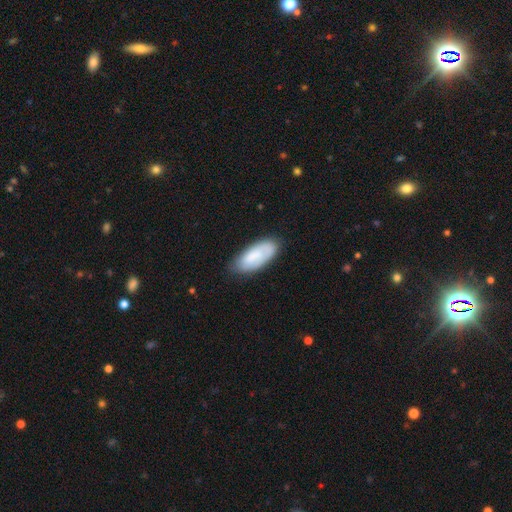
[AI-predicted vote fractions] A smooth galaxy with no disk features (72%) that is in between round and cigar-shaped (86%).

Vote fractions:
- Smooth or featured? smooth: 72% / featured or disk: 22% / star or artifact: 6%
- How rounded? in between: 86% / cigar-shaped: 13% / round: 2%
- Merging? none: 73% / minor disturbance: 20% / major disturbance: 4% / merger: 2%